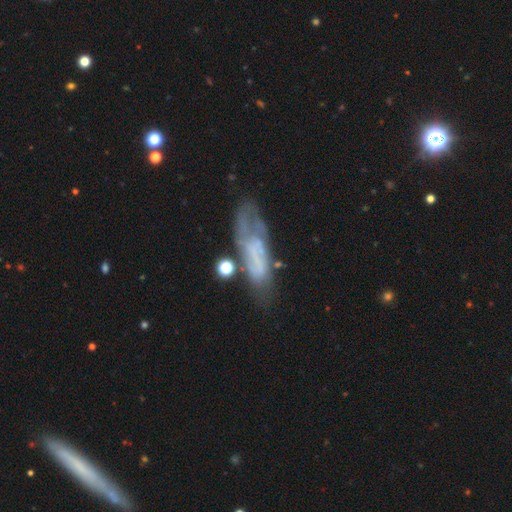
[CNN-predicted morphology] This appears to be a featured or disk galaxy (56%). Merging: none (47%).